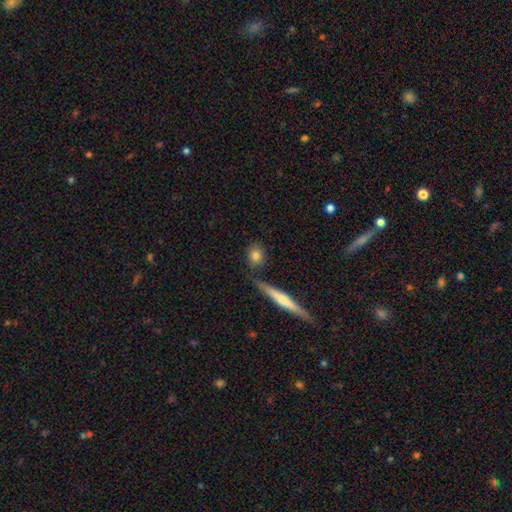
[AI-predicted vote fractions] smooth-or-featured: smooth: 78% | featured or disk: 14% | star or artifact: 8%
  how-rounded: round: 52% | in between: 39% | cigar-shaped: 9%
  merging: none: 77% | minor disturbance: 12% | merger: 7% | major disturbance: 3%